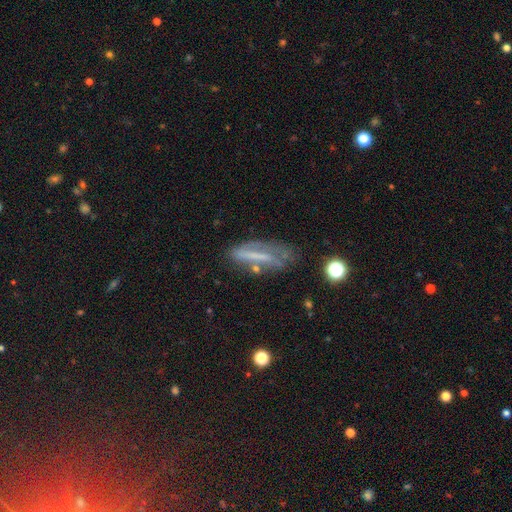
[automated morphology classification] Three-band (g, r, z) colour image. It shows a featured or disk galaxy (51%). Merging: none (48%).